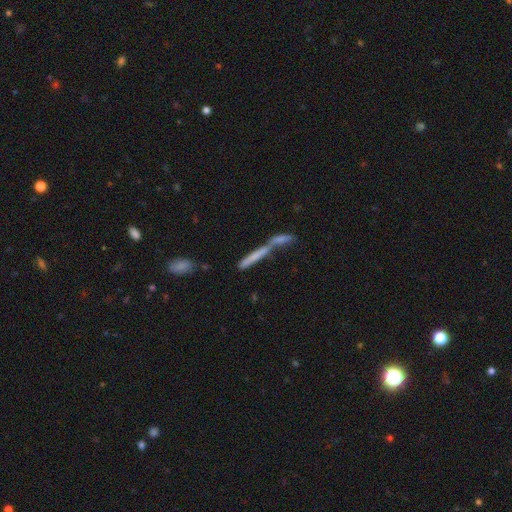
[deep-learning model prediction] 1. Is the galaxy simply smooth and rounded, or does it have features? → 55% smooth, 34% featured or disk, 11% star or artifact.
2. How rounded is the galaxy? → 90% cigar-shaped, 8% in between, 2% round.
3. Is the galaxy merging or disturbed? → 60% merger, 27% none, 8% minor disturbance, 6% major disturbance.